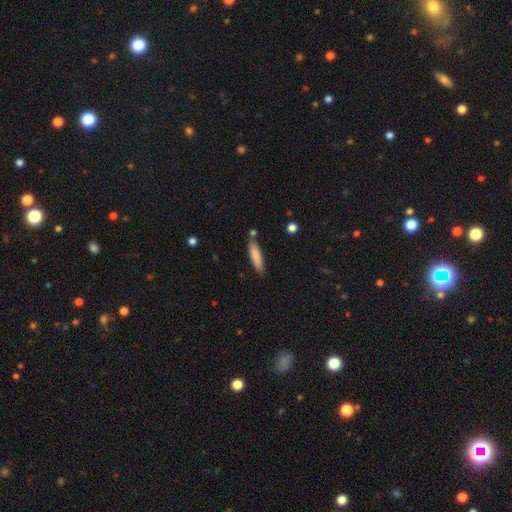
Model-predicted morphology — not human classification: Smooth or featured? Predicted: smooth (p=0.81). How rounded? Predicted: cigar-shaped (p=0.75). Merging? Predicted: none (p=0.75).